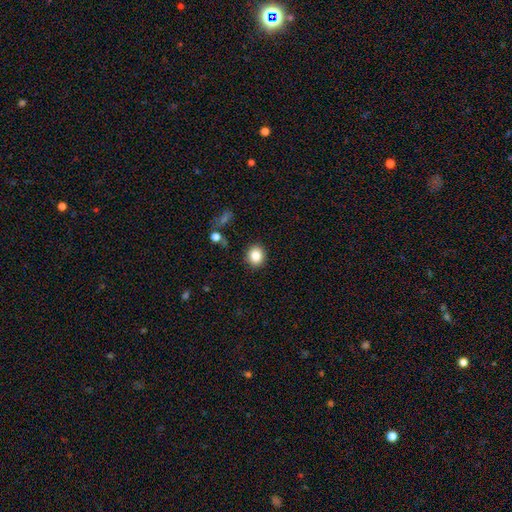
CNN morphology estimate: Smooth or featured? Predicted: smooth (p=0.84). How rounded? Predicted: round (p=0.75). Merging? Predicted: none (p=0.88).